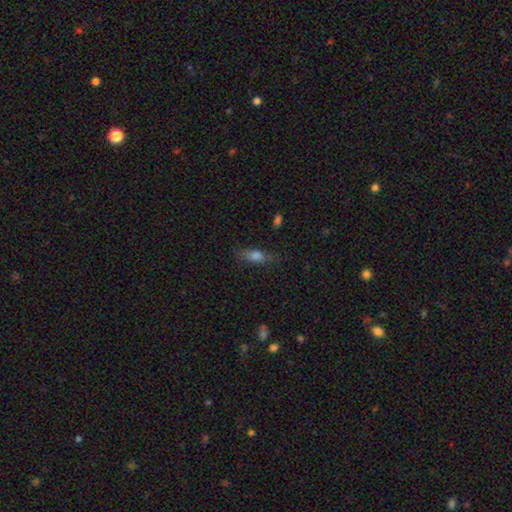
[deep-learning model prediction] Morphology: type=smooth (70%); roundness=in between (61%); merging=none (73%).